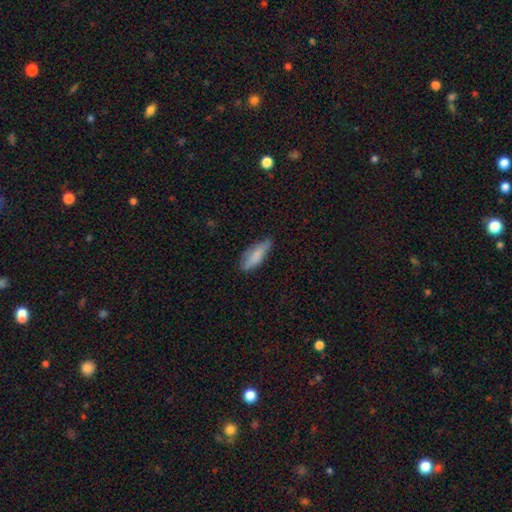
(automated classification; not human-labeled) A smooth galaxy with no disk features (78%) that is in between round and cigar-shaped (63%).

Vote fractions:
- Smooth or featured? smooth: 78% / featured or disk: 15% / star or artifact: 7%
- How rounded? in between: 63% / cigar-shaped: 35% / round: 2%
- Merging? none: 63% / minor disturbance: 29% / major disturbance: 6% / merger: 2%